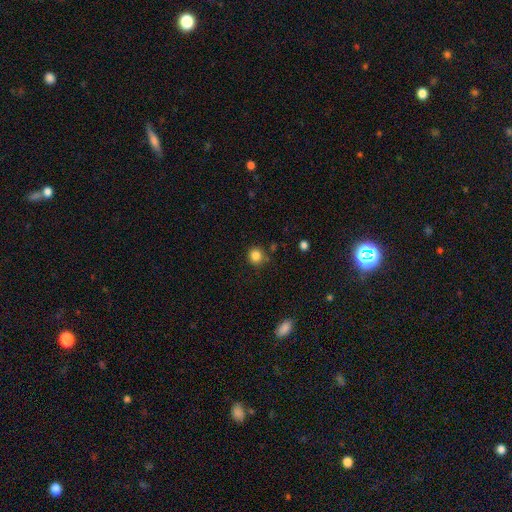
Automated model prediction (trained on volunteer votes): Smooth or featured: smooth — 84% (star or artifact — 11%)
How rounded: round — 90% (in between — 9%)
Merging: none — 80% (minor disturbance — 13%)